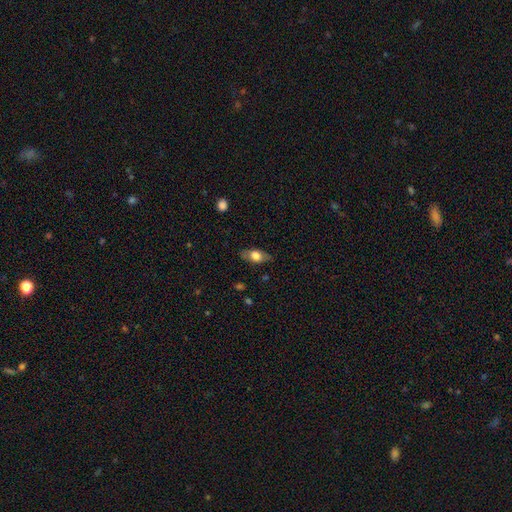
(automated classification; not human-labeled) Smooth or featured? smooth (65%)
How rounded? in between (83%)
Merging? none (80%)